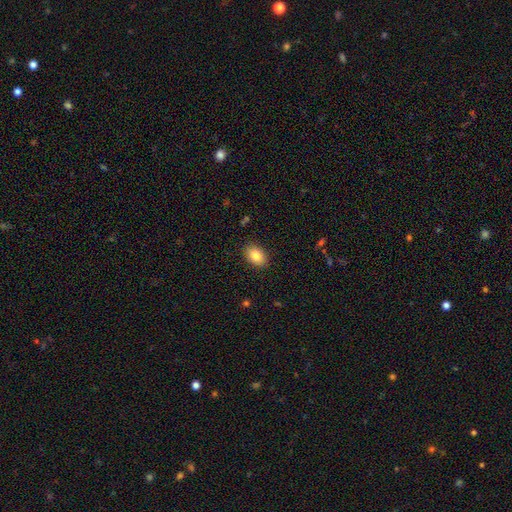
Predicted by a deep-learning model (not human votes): smooth_or_featured: smooth (p=0.84) [alt: featured or disk p=0.09]
how_rounded: in between (p=0.86) [alt: round p=0.13]
merging: none (p=0.88) [alt: minor disturbance p=0.09]